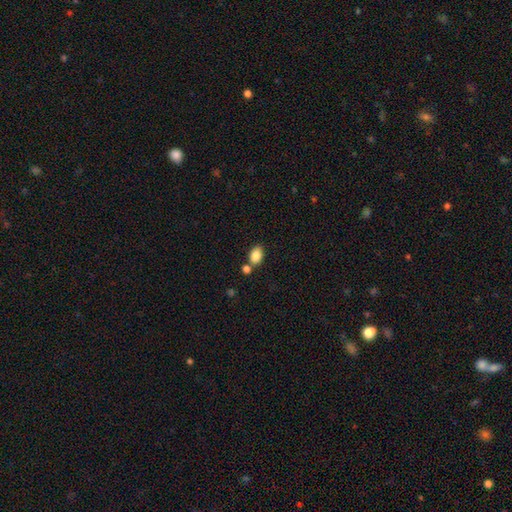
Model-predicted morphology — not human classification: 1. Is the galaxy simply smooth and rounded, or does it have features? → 86% smooth, 8% star or artifact, 6% featured or disk.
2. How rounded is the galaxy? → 83% in between, 16% round, 1% cigar-shaped.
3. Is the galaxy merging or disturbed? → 69% none, 17% merger, 12% minor disturbance, 3% major disturbance.